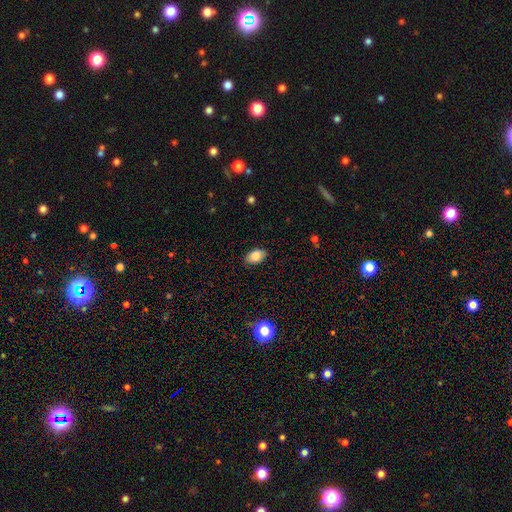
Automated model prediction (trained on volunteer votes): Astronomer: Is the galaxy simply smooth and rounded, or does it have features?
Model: smooth — 84%.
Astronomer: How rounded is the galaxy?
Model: in between — 90%.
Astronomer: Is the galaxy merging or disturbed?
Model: none — 86%.